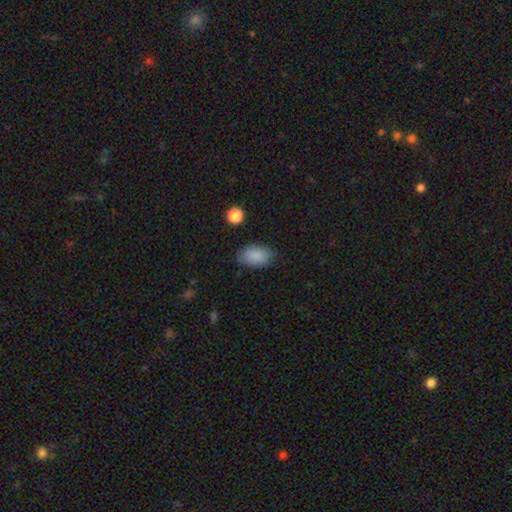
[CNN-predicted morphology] A smooth galaxy with no disk features (87%) that is in between round and cigar-shaped (91%). Merging: none (81%).